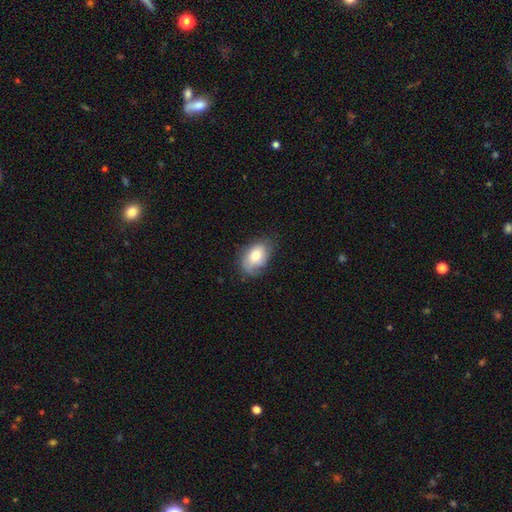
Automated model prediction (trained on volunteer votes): Smooth or featured?
  - smooth: 66% *
  - featured or disk: 26%
  - star or artifact: 7%
How rounded?
  - in between: 86% *
  - round: 13%
  - cigar-shaped: 1%
Merging?
  - none: 62% *
  - minor disturbance: 28%
  - major disturbance: 9%
  - merger: 1%